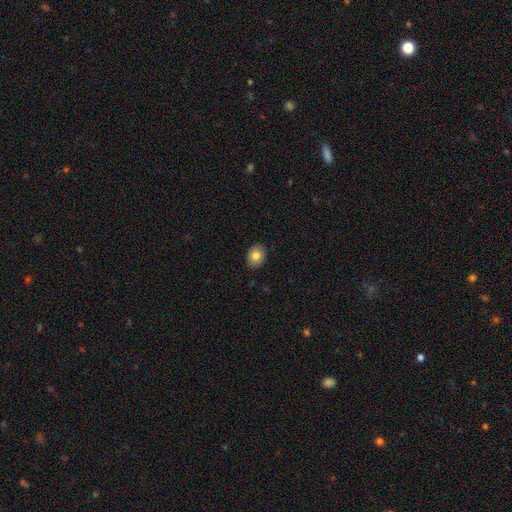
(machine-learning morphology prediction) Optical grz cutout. It shows a smooth galaxy with no disk features (81%) that is in between round and cigar-shaped (52%). Merging: none (89%).